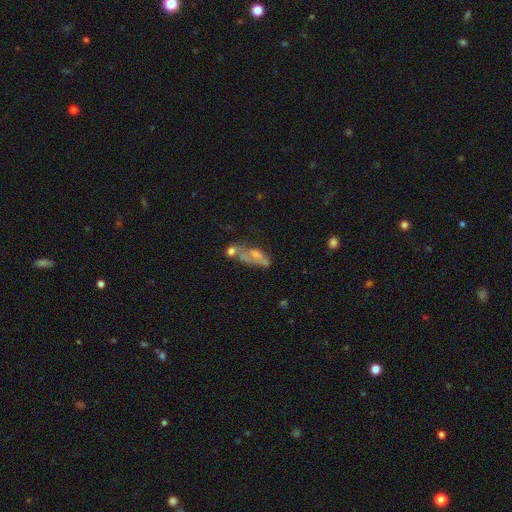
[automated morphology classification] type=smooth (44%); merging=merger (39%).